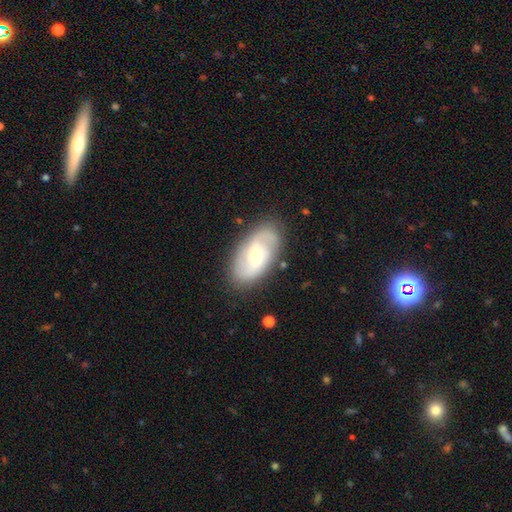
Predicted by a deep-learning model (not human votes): featured or disk 72%, smooth 21%, star or artifact 7%. Down the decision tree: edge-on disk — no (94%); bar — no (50%); spiral arms — yes (90%); spiral arm count — 2 (81%); spiral winding — medium (42%); bulge size — moderate (56%); merging — none (84%).